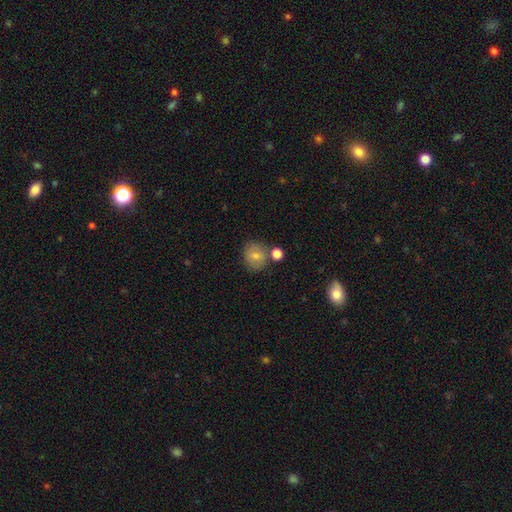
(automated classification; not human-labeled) Morphology: type=smooth (78%); roundness=round (77%); merging=none (69%).